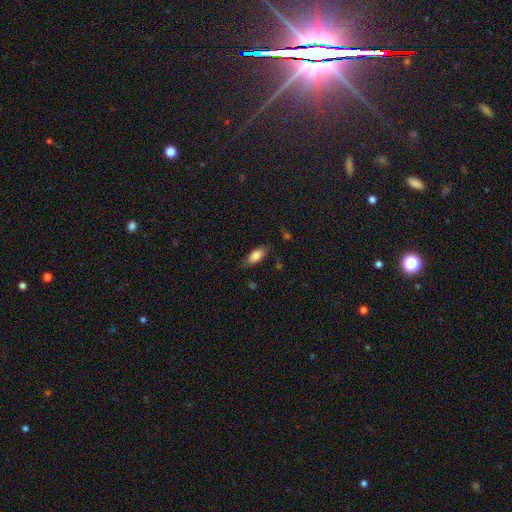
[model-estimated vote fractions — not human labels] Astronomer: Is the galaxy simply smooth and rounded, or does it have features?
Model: smooth — 80%.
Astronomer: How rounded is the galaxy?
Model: in between — 86%.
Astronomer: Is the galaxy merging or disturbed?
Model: none — 75%.